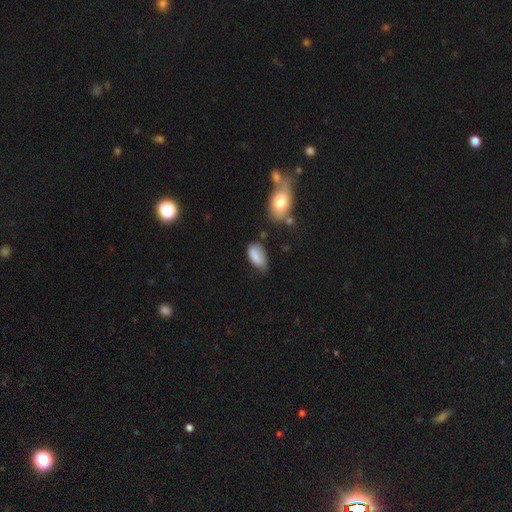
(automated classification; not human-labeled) smooth-or-featured: smooth: 81% | featured or disk: 11% | star or artifact: 8%
  how-rounded: in between: 92% | round: 4% | cigar-shaped: 3%
  merging: none: 48% | minor disturbance: 38% | major disturbance: 9% | merger: 4%